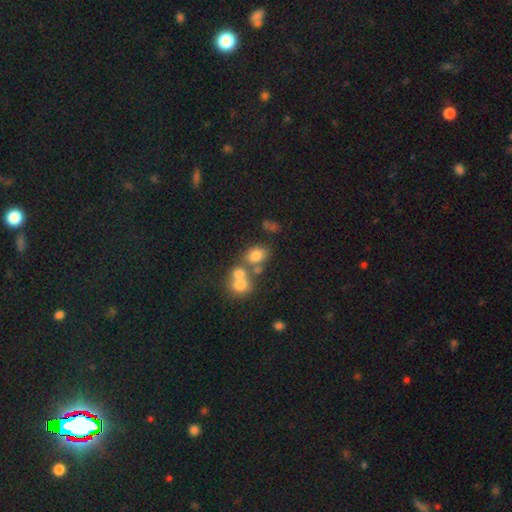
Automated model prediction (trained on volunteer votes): Smooth or featured? smooth (72%)
How rounded? in between (56%)
Merging? none (46%)